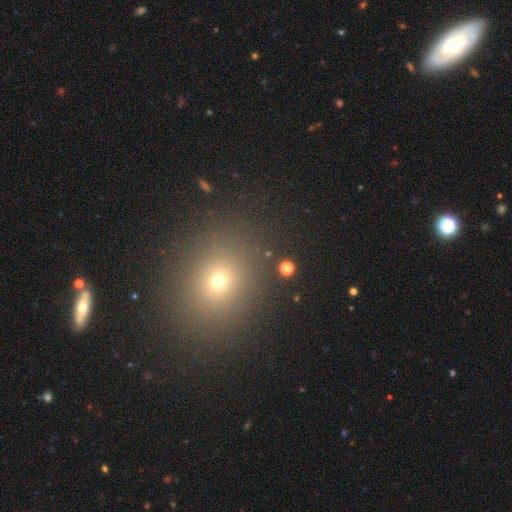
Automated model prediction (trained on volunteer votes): The model was most divided on "smooth or featured": smooth: 59%, star or artifact: 32%, featured or disk: 9%. More confident: merging — none (89%); how rounded — round (67%).